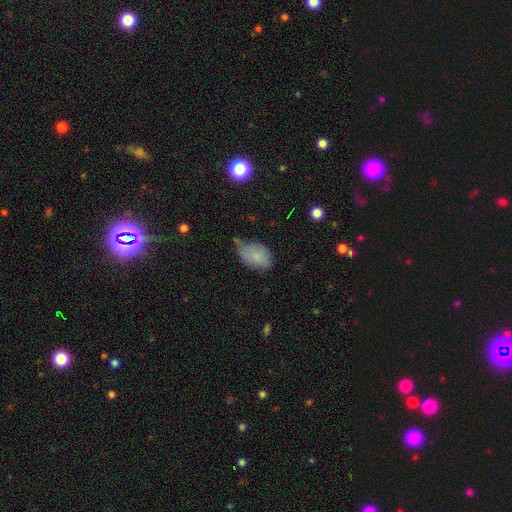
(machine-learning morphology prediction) A smooth galaxy with no disk features (74%) that is in between round and cigar-shaped (86%). Merging: minor disturbance (44%).